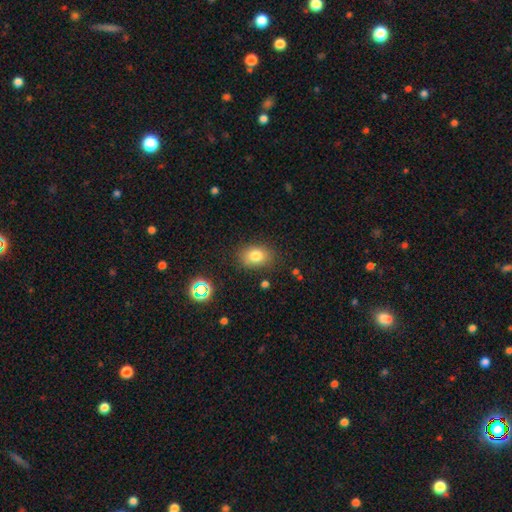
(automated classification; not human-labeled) This is likely a smooth galaxy (78%). How rounded: likely in between (66%). Merging: clearly none (81%).